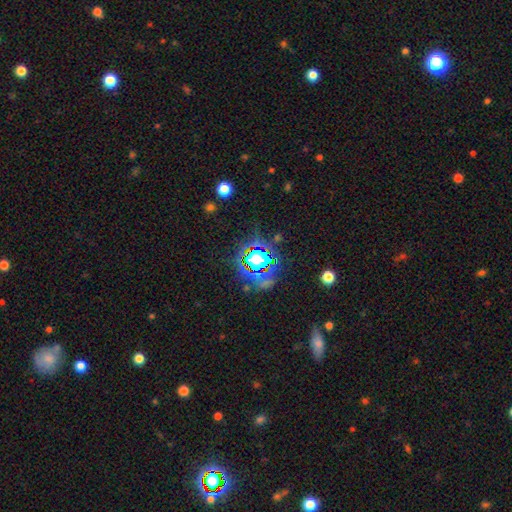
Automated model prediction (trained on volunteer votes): Q: Smooth or featured?
A: star or artifact (78%); runner-up: smooth (14%)